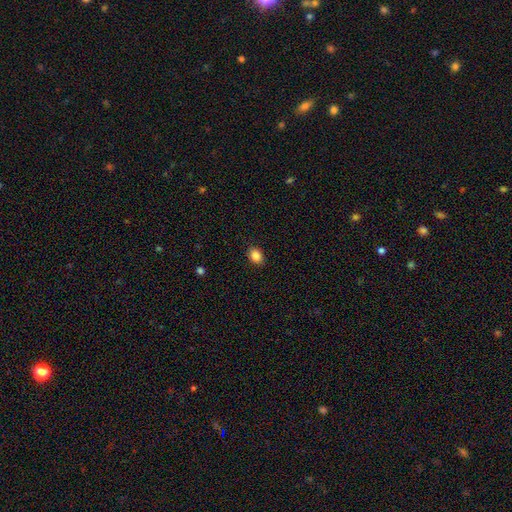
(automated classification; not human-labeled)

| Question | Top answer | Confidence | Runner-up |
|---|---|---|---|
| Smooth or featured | smooth | 87% | star or artifact (9%) |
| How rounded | in between | 63% | round (36%) |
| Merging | none | 89% | minor disturbance (8%) |